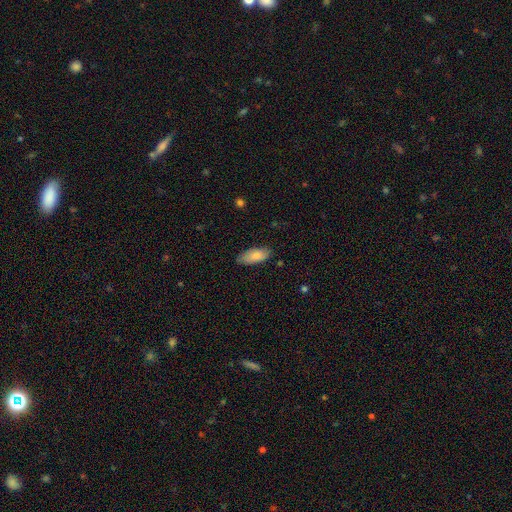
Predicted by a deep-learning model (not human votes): Overall: smooth (83%). How rounded: in between (84%). Merging: none (81%).